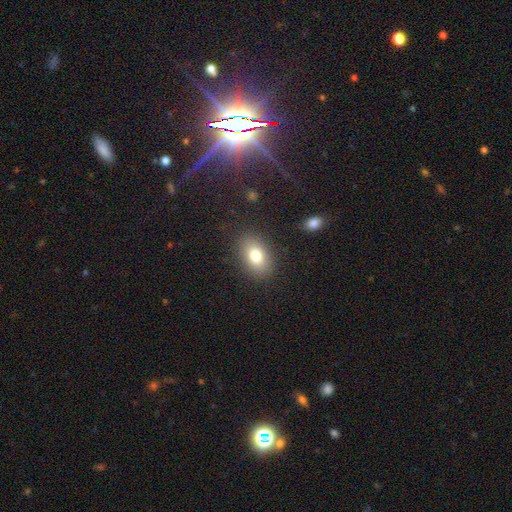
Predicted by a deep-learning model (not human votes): smooth 79%, featured or disk 12%, star or artifact 9%. Down the decision tree: how rounded — in between (83%); merging — none (85%).